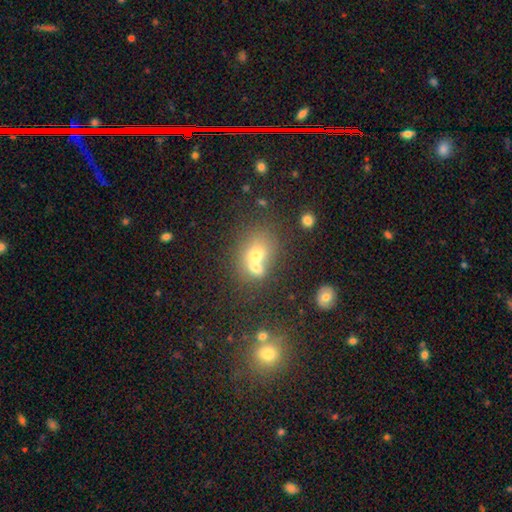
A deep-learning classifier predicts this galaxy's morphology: A smooth galaxy with no disk features (63%) that is round (55%). Merging: merger (60%).